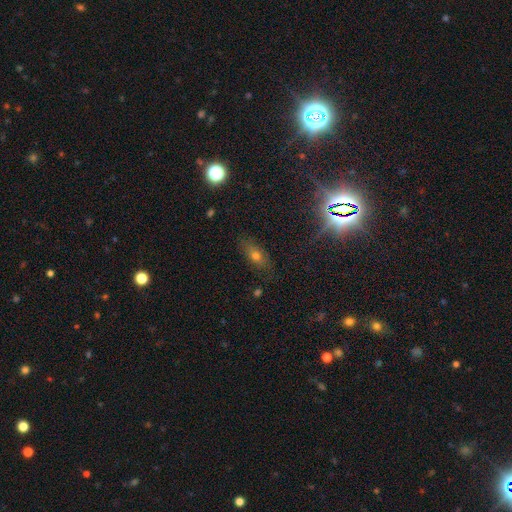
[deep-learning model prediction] Smooth or featured? Predicted: smooth (p=0.48). Merging? Predicted: none (p=0.79).